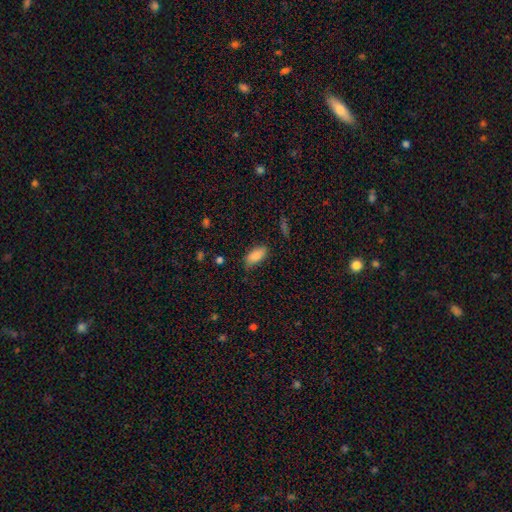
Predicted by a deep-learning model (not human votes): Overall: smooth (86%). How rounded: in between (91%). Merging: none (72%).